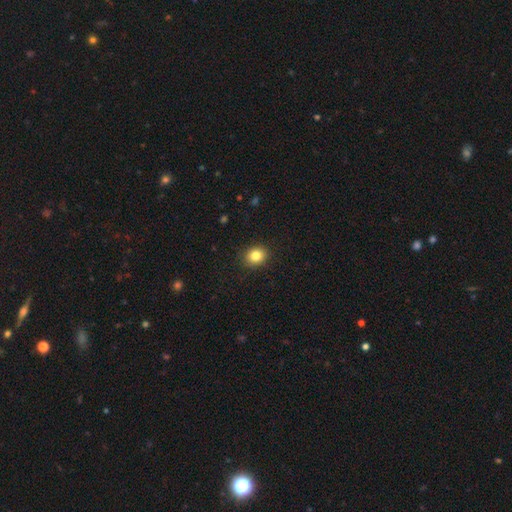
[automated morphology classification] This is clearly a smooth galaxy (84%). How rounded: likely round (63%). Merging: clearly none (90%).